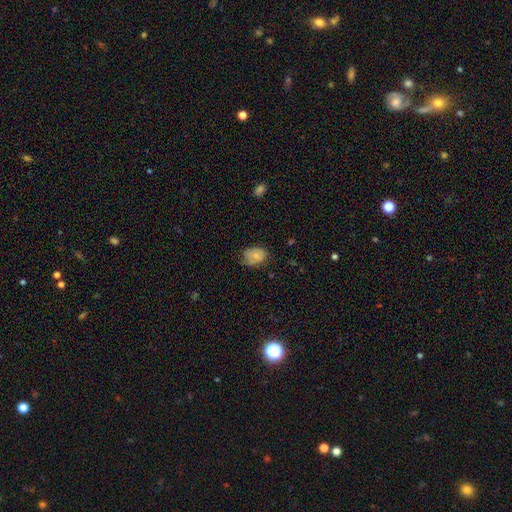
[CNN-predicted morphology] Smooth or featured? Predicted: smooth (p=0.73). How rounded? Predicted: in between (p=0.75). Merging? Predicted: none (p=0.51).